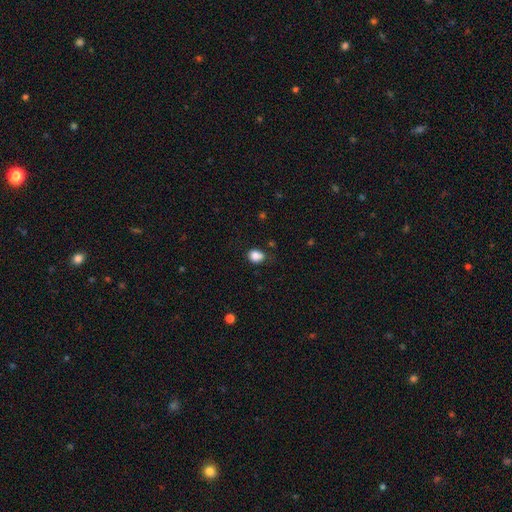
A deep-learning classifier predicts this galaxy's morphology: Smooth or featured? Predicted: smooth (p=0.85). How rounded? Predicted: round (p=0.58). Merging? Predicted: none (p=0.65).